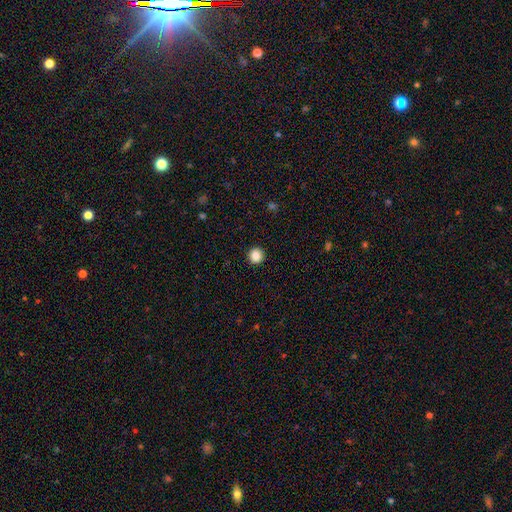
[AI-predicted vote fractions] Smooth or featured?
  - smooth: 86% *
  - star or artifact: 10%
  - featured or disk: 4%
How rounded?
  - round: 93% *
  - in between: 6%
  - cigar-shaped: 1%
Merging?
  - none: 92% *
  - minor disturbance: 5%
  - major disturbance: 2%
  - merger: 1%